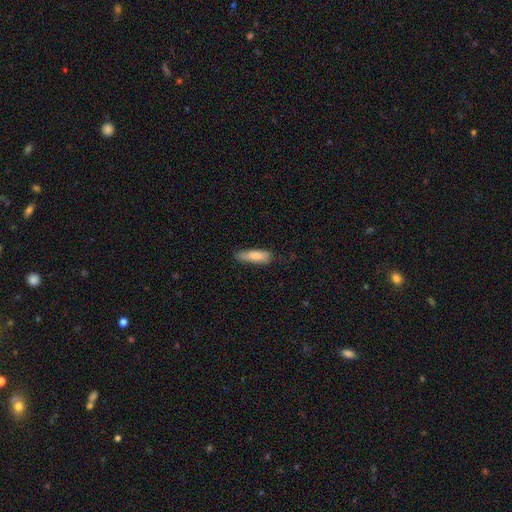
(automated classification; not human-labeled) smooth 81%, featured or disk 13%, star or artifact 6%. Down the decision tree: how rounded — cigar-shaped (56%); merging — none (71%).